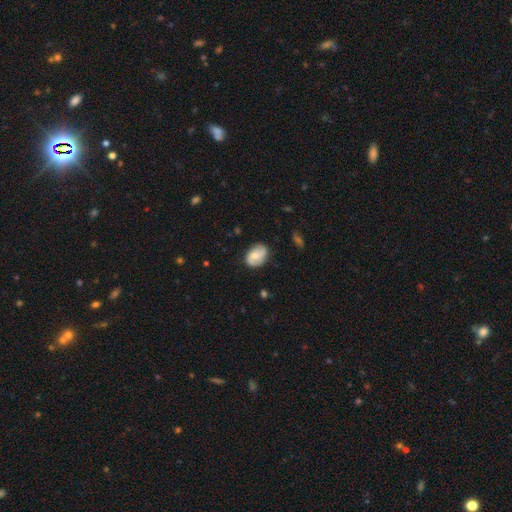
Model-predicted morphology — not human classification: Smooth or featured? Predicted: featured or disk (p=0.52). Edge-on disk? Predicted: no (p=0.97). Bar? Predicted: no (p=0.54). Spiral arms? Predicted: yes (p=0.85). Bulge size? Predicted: moderate (p=0.52). Merging? Predicted: none (p=0.76).